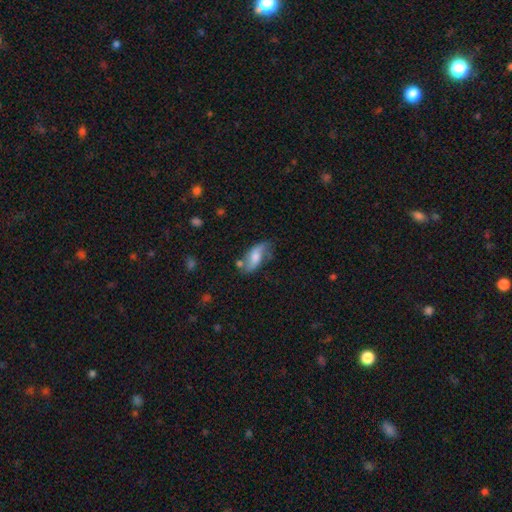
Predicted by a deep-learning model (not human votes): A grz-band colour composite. It shows a featured or disk galaxy (49%). Merging: none (57%).